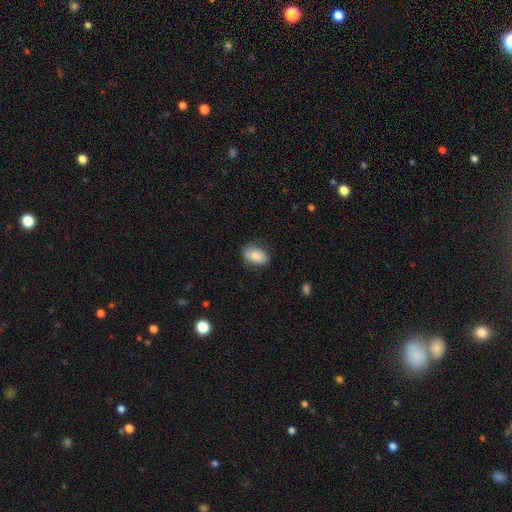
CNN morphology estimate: smooth 84%, featured or disk 10%, star or artifact 7%. Down the decision tree: how rounded — in between (89%); merging — none (77%).